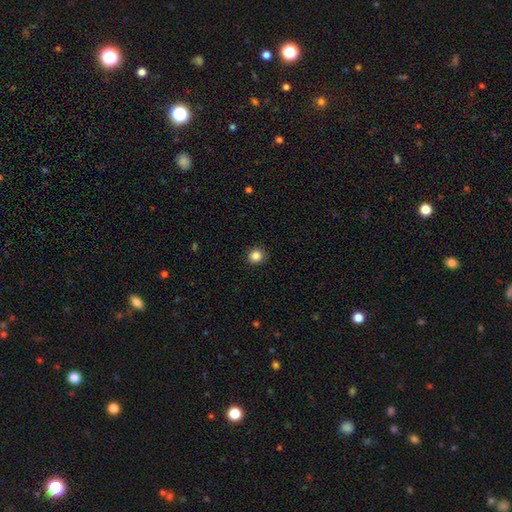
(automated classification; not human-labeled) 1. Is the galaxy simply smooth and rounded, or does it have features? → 86% smooth, 10% star or artifact, 4% featured or disk.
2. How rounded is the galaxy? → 89% round, 10% in between, 1% cigar-shaped.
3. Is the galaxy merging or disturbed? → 91% none, 6% minor disturbance, 2% major disturbance, 1% merger.